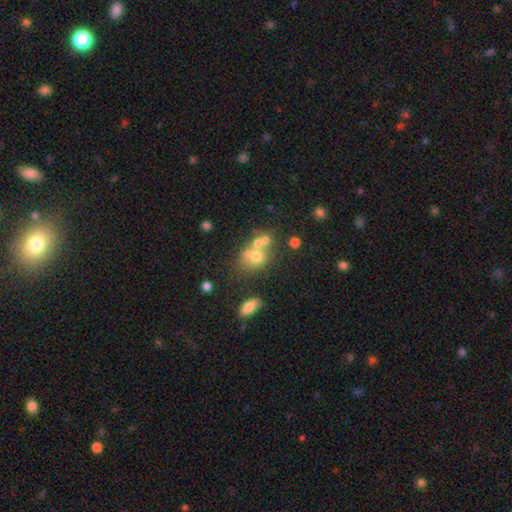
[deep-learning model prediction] Morphology: type=smooth (59%); roundness=round (60%); merging=merger (51%).